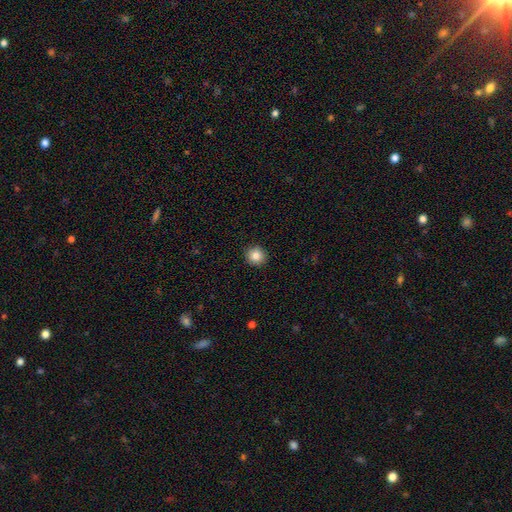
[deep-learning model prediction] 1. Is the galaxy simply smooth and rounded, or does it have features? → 84% smooth, 10% star or artifact, 6% featured or disk.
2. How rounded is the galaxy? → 92% round, 7% in between, 1% cigar-shaped.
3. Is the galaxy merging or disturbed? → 92% none, 5% minor disturbance, 2% major disturbance, 1% merger.